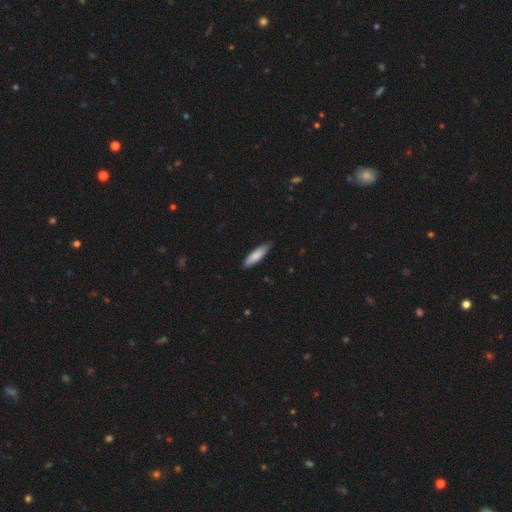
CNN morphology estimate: smooth_or_featured: smooth (p=0.83) [alt: featured or disk p=0.12]
how_rounded: cigar-shaped (p=0.62) [alt: in between p=0.36]
merging: none (p=0.85) [alt: minor disturbance p=0.12]